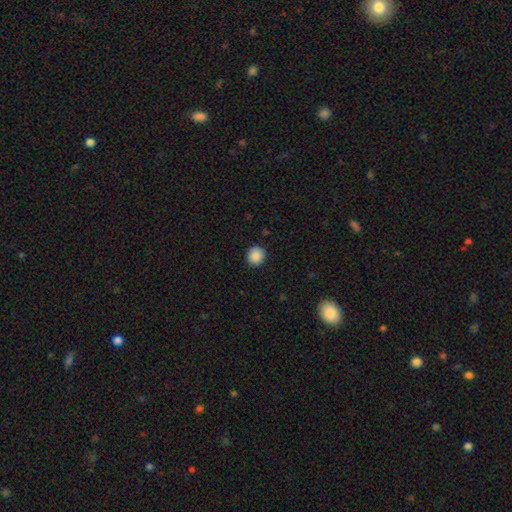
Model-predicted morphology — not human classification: Smooth or featured? Predicted: smooth (p=0.88). How rounded? Predicted: round (p=0.93). Merging? Predicted: none (p=0.91).